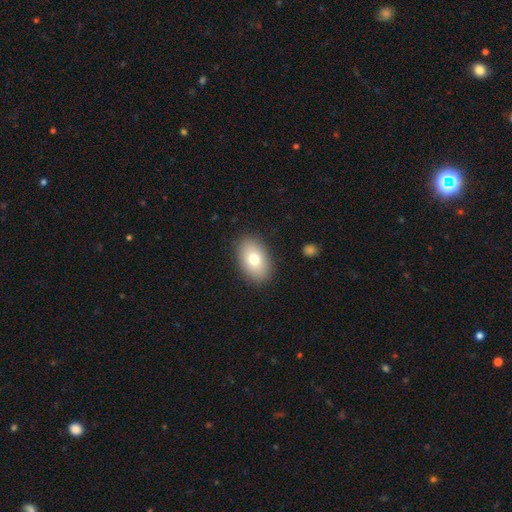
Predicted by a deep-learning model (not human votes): The model was most divided on "smooth or featured": smooth: 74%, featured or disk: 15%, star or artifact: 11%. More confident: merging — none (90%); how rounded — in between (88%).